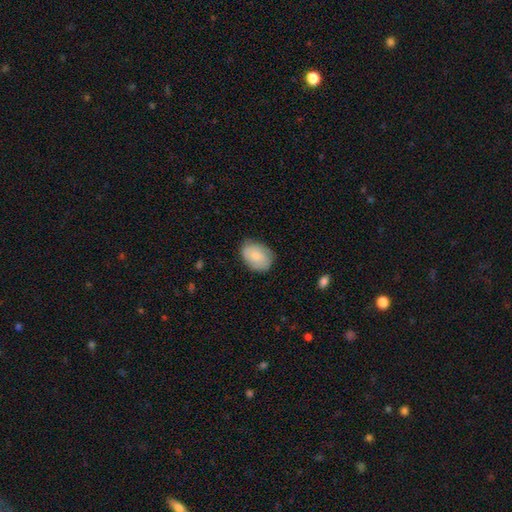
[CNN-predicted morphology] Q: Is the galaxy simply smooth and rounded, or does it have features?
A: smooth — 77%.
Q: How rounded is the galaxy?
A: in between — 78%.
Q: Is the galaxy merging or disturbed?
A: none — 74%.